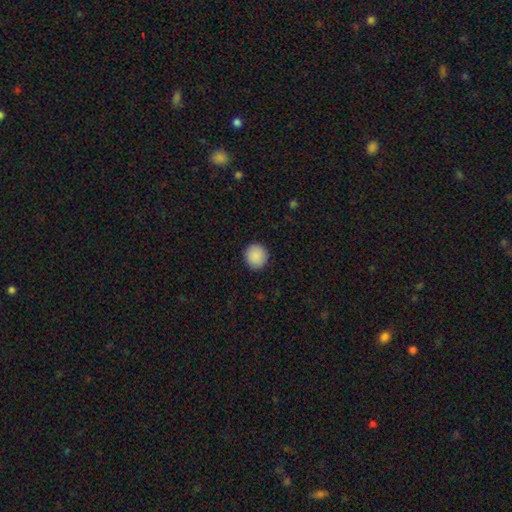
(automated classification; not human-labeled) A smooth galaxy with no disk features (90%) that is round (92%). Merging: none (91%).